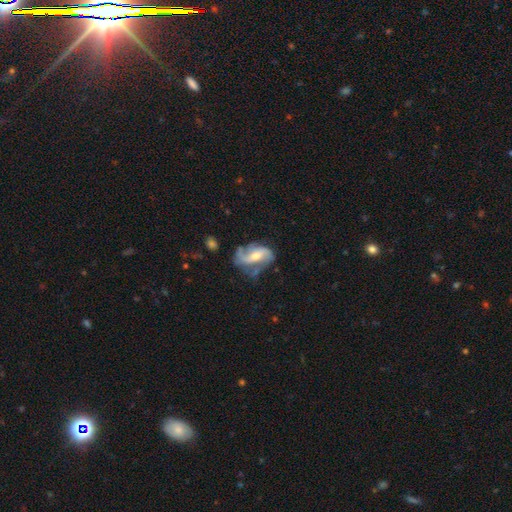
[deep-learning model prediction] Smooth or featured?
  - featured or disk: 80% *
  - smooth: 14%
  - star or artifact: 6%
Edge-on disk?
  - no: 96% *
  - yes: 4%
Bar?
  - weak: 42% *
  - no: 35%
  - strong: 24%
Spiral arms?
  - yes: 92% *
  - no: 8%
Spiral winding?
  - loose: 47% *
  - medium: 38%
  - tight: 14%
Spiral arm count?
  - 2: 71% *
  - 3: 11%
  - can't tell: 9%
  - 1: 5%
  - 4: 2%
  - more than 4: 2%
Bulge size?
  - moderate: 56% *
  - small: 36%
  - large: 5%
  - none: 3%
  - dominant: 1%
Merging?
  - none: 53% *
  - minor disturbance: 25%
  - major disturbance: 18%
  - merger: 4%